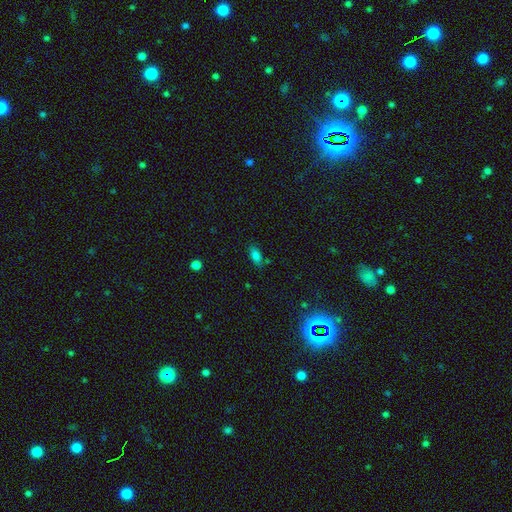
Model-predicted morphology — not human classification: Smooth or featured? smooth (78%)
How rounded? in between (86%)
Merging? none (75%)